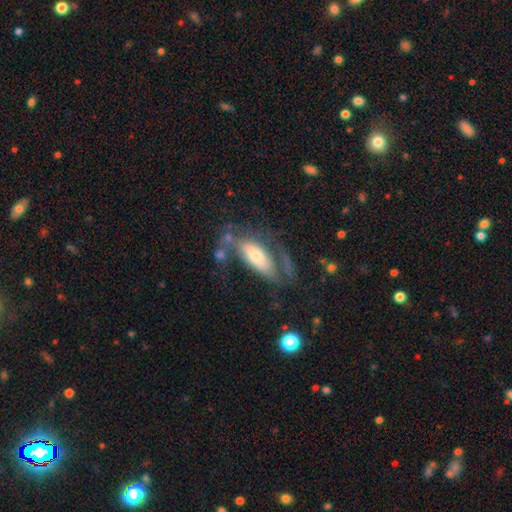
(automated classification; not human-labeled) A featured or disk galaxy (49%). Merging: none (40%).